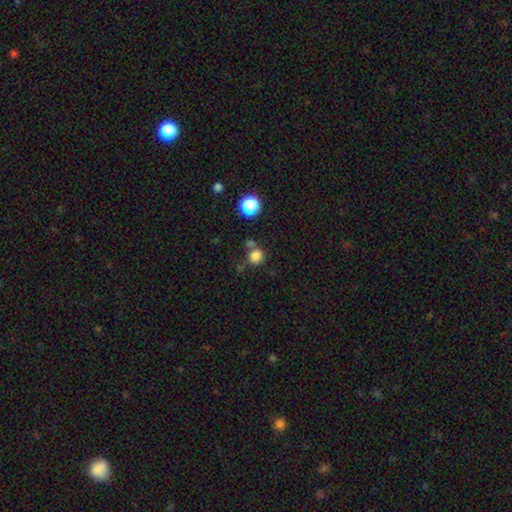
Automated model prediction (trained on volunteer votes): This is clearly a smooth galaxy (81%). How rounded: clearly round (86%). Merging: likely none (64%).